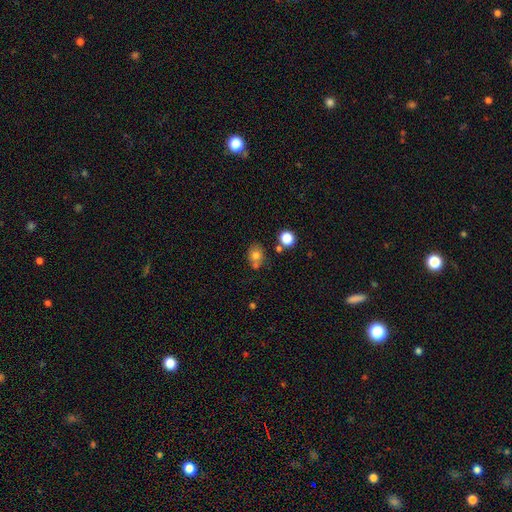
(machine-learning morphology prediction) This is likely a smooth galaxy (75%). How rounded: likely round (65%). Merging: likely none (60%).